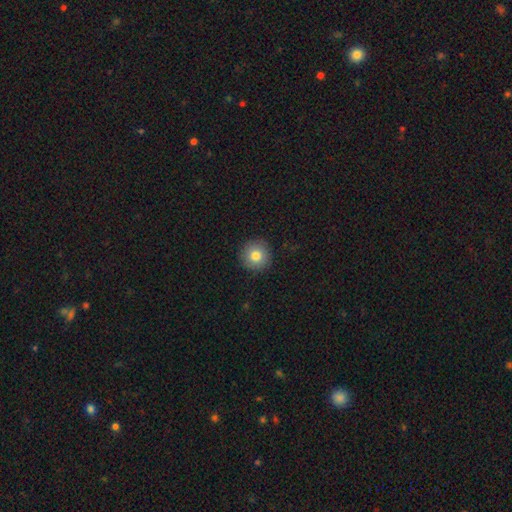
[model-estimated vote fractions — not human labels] Morphology: type=smooth (81%); roundness=round (95%); merging=none (91%).